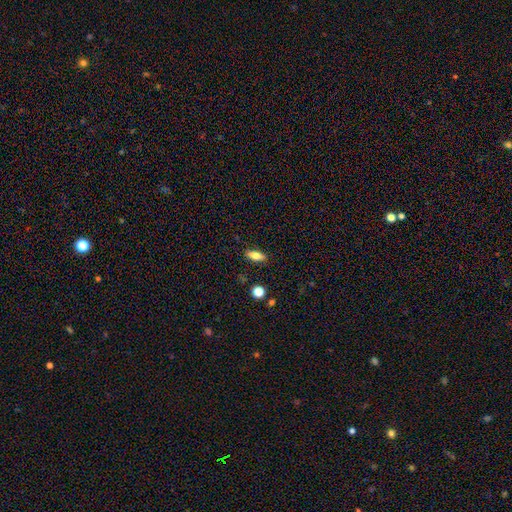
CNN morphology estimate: The model was most divided on "how rounded": in between: 69%, cigar-shaped: 27%, round: 4%. More confident: merging — none (87%); smooth or featured — smooth (75%).